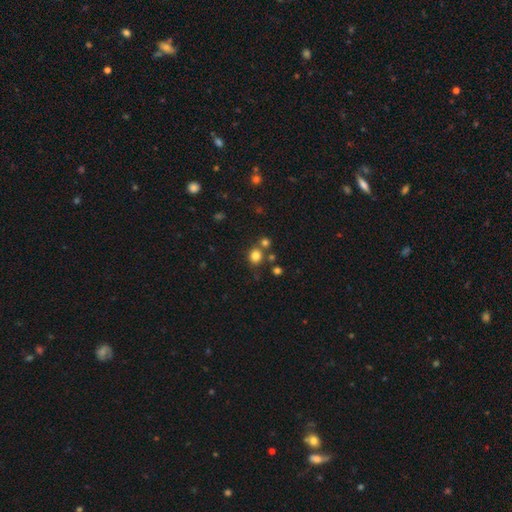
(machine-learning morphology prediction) This is likely a smooth galaxy (80%). How rounded: likely round (78%). Merging: likely none (67%).